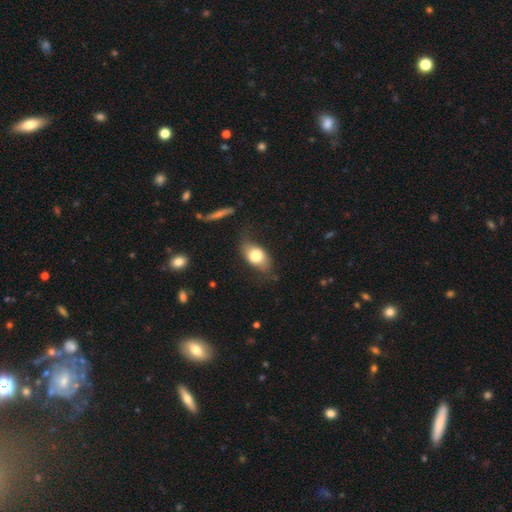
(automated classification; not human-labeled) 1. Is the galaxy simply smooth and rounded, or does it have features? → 72% smooth, 21% featured or disk, 7% star or artifact.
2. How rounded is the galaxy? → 83% in between, 14% round, 3% cigar-shaped.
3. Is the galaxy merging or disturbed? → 66% none, 23% minor disturbance, 9% major disturbance, 3% merger.